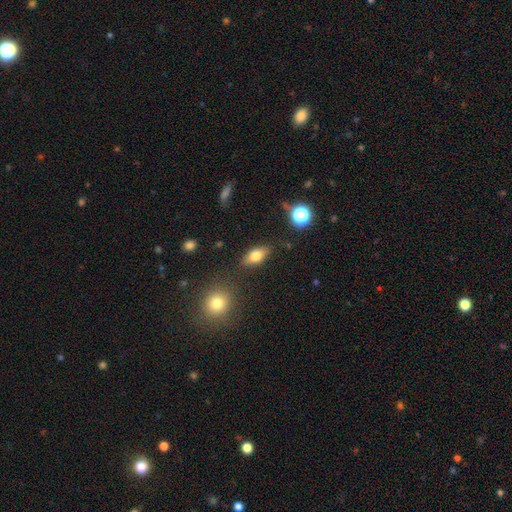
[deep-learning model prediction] A smooth galaxy with no disk features (75%) that is in between round and cigar-shaped (84%).

Vote fractions:
- Smooth or featured? smooth: 75% / featured or disk: 16% / star or artifact: 9%
- How rounded? in between: 84% / cigar-shaped: 9% / round: 6%
- Merging? none: 82% / minor disturbance: 11% / major disturbance: 3% / merger: 3%